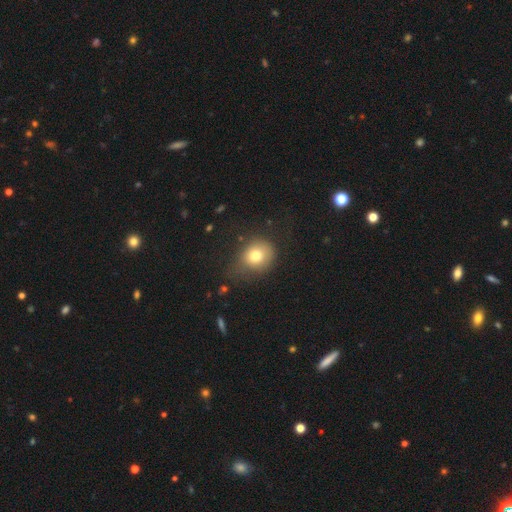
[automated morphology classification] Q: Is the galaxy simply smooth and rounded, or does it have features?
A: smooth — 77%.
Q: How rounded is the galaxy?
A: round — 72%.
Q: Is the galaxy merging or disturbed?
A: none — 56%.